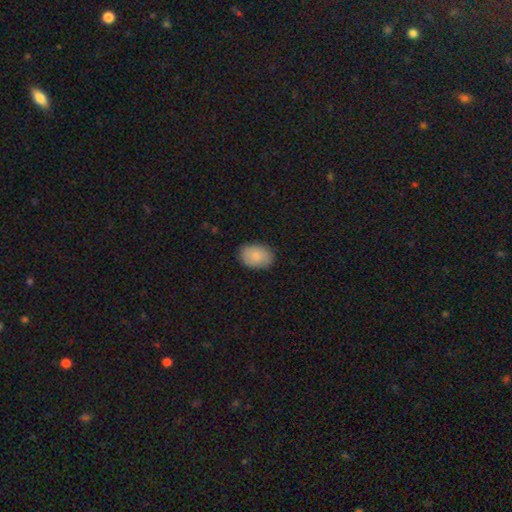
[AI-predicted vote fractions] smooth-or-featured: smooth: 85% | featured or disk: 9% | star or artifact: 7%
  how-rounded: in between: 82% | round: 17% | cigar-shaped: 1%
  merging: none: 86% | minor disturbance: 11% | major disturbance: 2% | merger: 1%